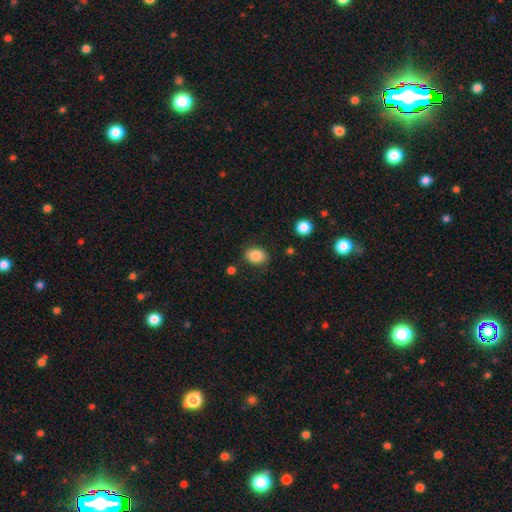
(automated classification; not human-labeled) Overall: smooth (85%). How rounded: in between (65%; round 34%). Merging: none (82%).